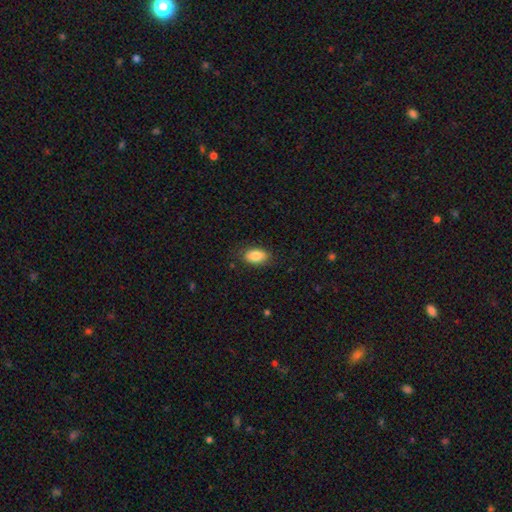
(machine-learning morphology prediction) Overall: smooth (86%). How rounded: in between (92%). Merging: none (81%).